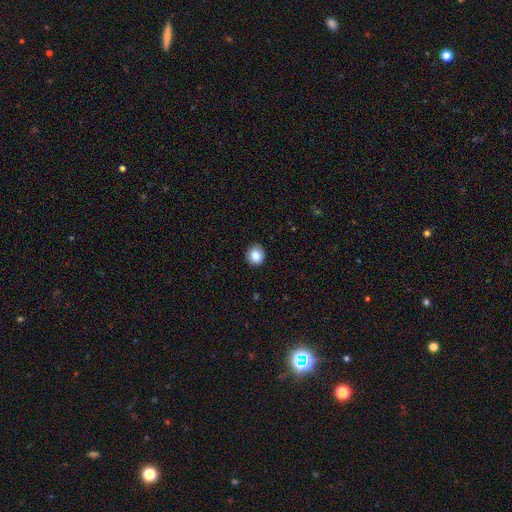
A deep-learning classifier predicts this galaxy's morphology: smooth 86%, star or artifact 9%, featured or disk 5%. Down the decision tree: how rounded — round (89%); merging — none (91%).